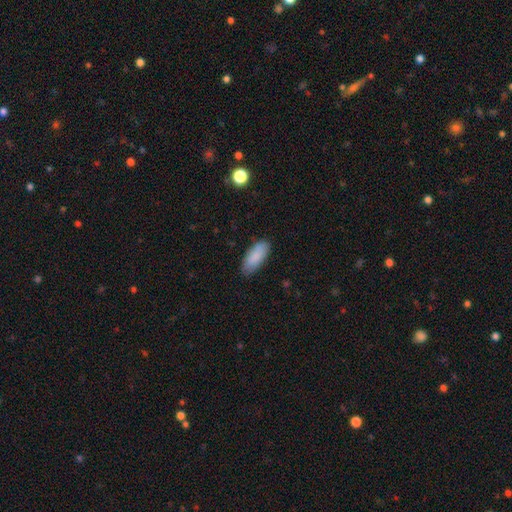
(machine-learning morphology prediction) smooth_or_featured: smooth (p=0.88) [alt: featured or disk p=0.06]
how_rounded: in between (p=0.82) [alt: cigar-shaped p=0.17]
merging: none (p=0.83) [alt: minor disturbance p=0.13]